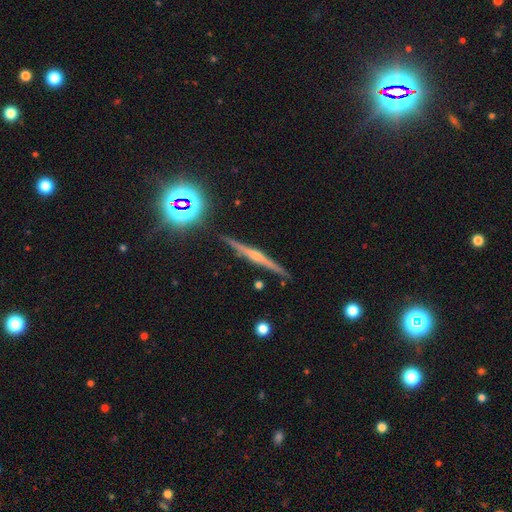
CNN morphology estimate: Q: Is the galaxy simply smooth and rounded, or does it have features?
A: featured or disk — 72%.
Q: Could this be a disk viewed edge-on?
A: yes — 96%.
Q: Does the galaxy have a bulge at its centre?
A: rounded — 80%.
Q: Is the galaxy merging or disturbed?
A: none — 87%.